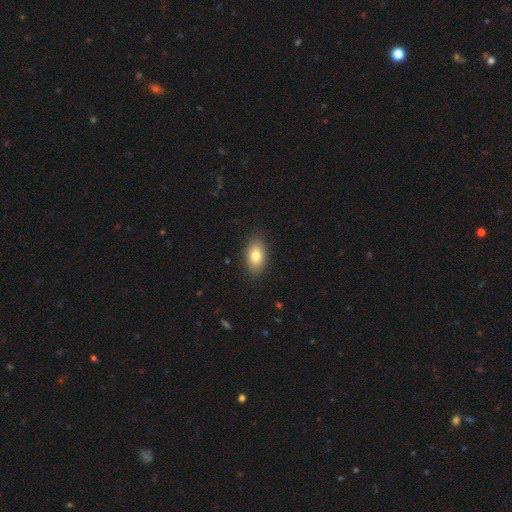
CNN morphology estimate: Smooth or featured: smooth — 81% (featured or disk — 11%)
How rounded: in between — 89% (round — 9%)
Merging: none — 87% (minor disturbance — 10%)